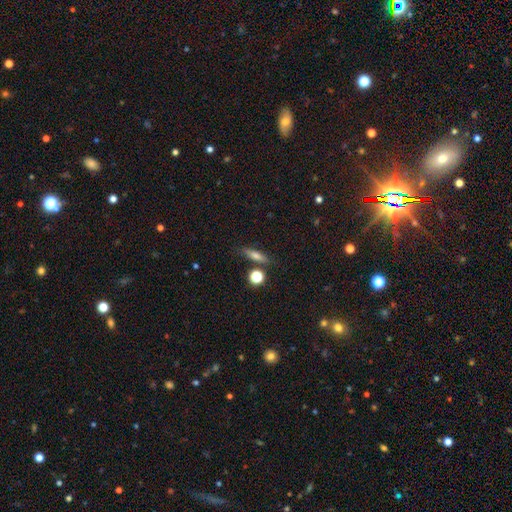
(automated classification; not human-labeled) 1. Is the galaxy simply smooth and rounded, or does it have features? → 55% smooth, 31% featured or disk, 14% star or artifact.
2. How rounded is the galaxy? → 66% cigar-shaped, 26% in between, 8% round.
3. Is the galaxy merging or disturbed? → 80% none, 11% minor disturbance, 6% merger, 3% major disturbance.